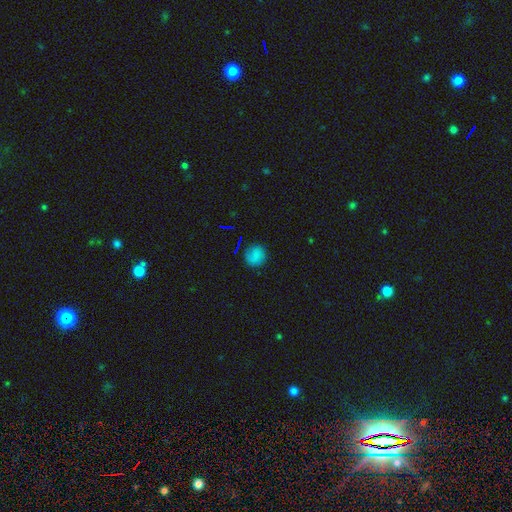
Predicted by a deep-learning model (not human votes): Smooth or featured: smooth — 76% (star or artifact — 17%)
How rounded: round — 89% (in between — 10%)
Merging: none — 82% (minor disturbance — 13%)